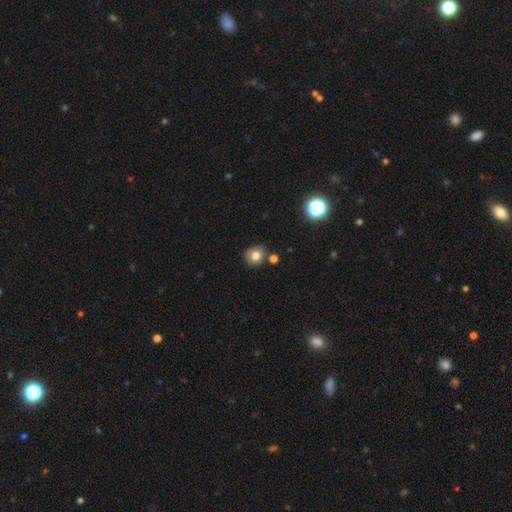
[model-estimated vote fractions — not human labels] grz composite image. It shows a smooth galaxy with no disk features (78%) that is round (79%). Merging: none (77%).